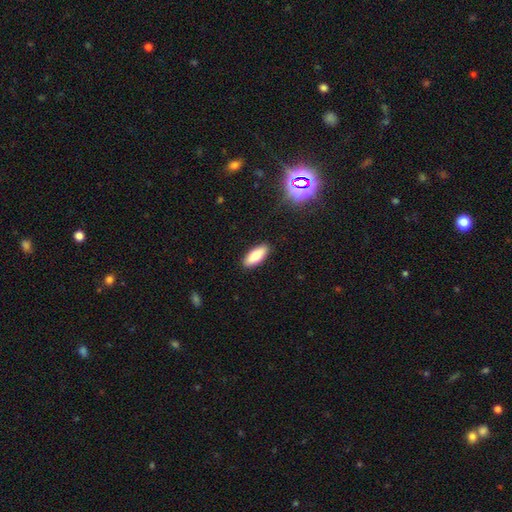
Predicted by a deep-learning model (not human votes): Smooth or featured: smooth — 83% (featured or disk — 10%)
How rounded: in between — 75% (cigar-shaped — 23%)
Merging: none — 89% (minor disturbance — 8%)